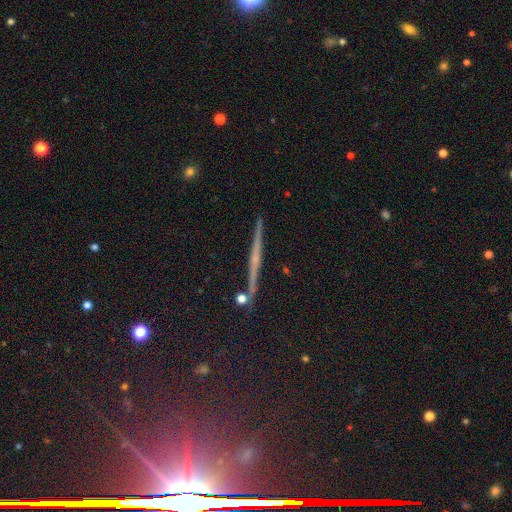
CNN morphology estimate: Smooth or featured: featured or disk — 67% (smooth — 20%)
Edge-on disk: yes — 97% (no — 3%)
Edge-on bulge: none — 50% (rounded — 40%)
Merging: none — 90% (minor disturbance — 7%)